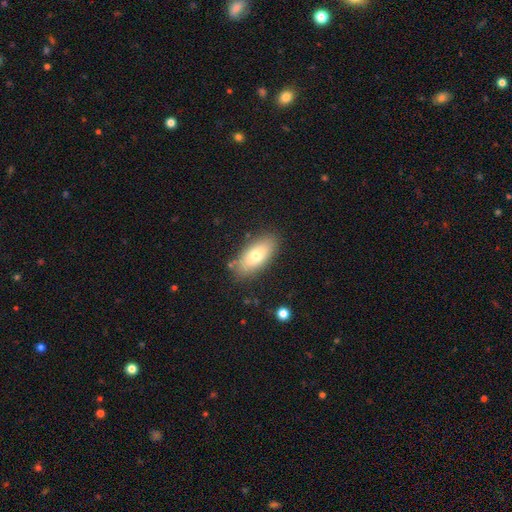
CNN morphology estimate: smooth_or_featured: smooth (p=0.70) [alt: featured or disk p=0.23]
how_rounded: in between (p=0.86) [alt: cigar-shaped p=0.10]
merging: none (p=0.84) [alt: minor disturbance p=0.11]